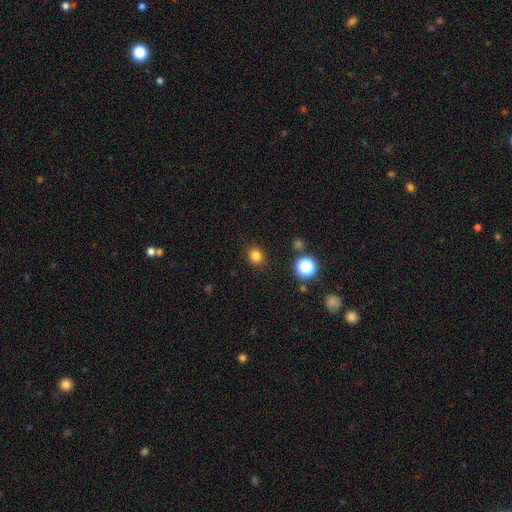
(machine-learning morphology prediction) Overall: smooth (80%). How rounded: round (68%; in between 31%). Merging: none (88%).